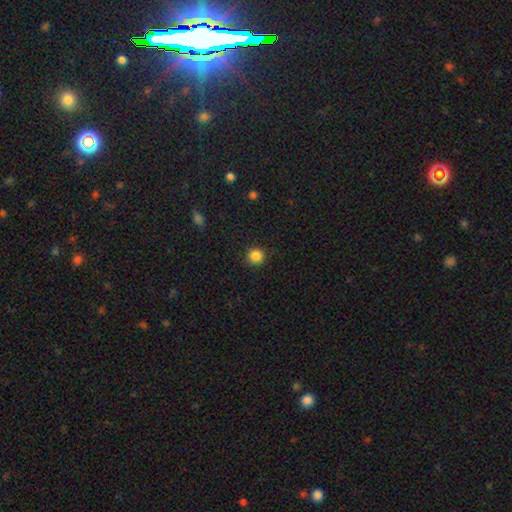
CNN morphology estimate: smooth 86%, star or artifact 11%, featured or disk 4%. Down the decision tree: how rounded — round (94%); merging — none (90%).